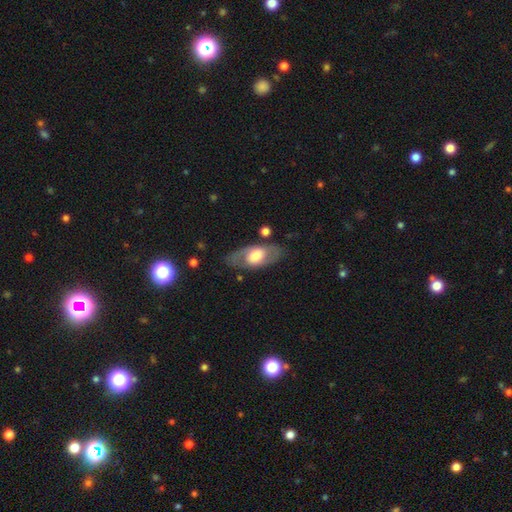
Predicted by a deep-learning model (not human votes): Morphology: type=featured or disk (51%); edge-on=no (81%); merging=none (76%).